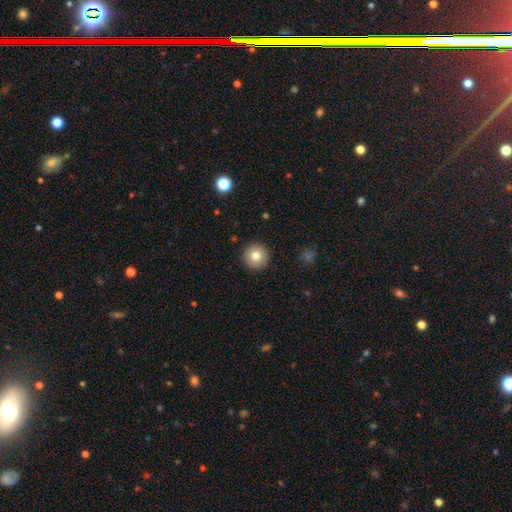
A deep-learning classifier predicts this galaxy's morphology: A smooth galaxy with no disk features (80%) that is round (96%). Merging: none (92%).